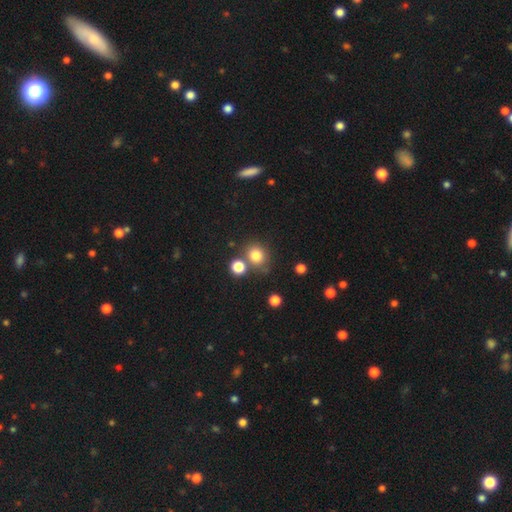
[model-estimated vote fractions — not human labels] This appears to be a smooth galaxy with no disk features (79%) that is round (77%). Merging: none (67%).